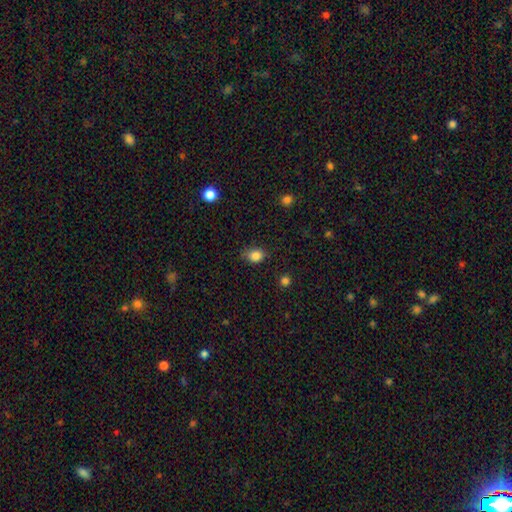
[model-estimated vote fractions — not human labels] Overall: smooth (84%). How rounded: in between (63%; round 36%). Merging: none (72%).